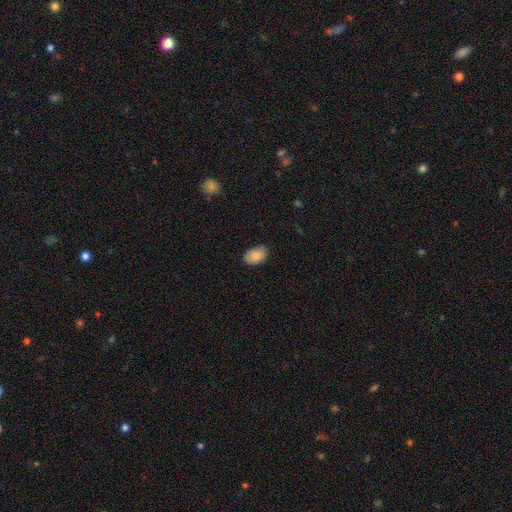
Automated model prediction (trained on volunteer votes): smooth_or_featured: smooth (p=0.87) [alt: star or artifact p=0.07]
how_rounded: in between (p=0.88) [alt: round p=0.11]
merging: none (p=0.77) [alt: minor disturbance p=0.19]